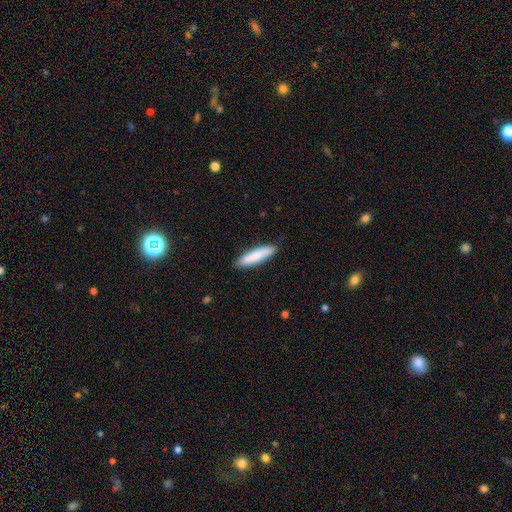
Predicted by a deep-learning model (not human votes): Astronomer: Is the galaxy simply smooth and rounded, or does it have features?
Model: smooth — 83%.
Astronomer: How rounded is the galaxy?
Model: cigar-shaped — 75%.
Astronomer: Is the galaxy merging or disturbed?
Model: none — 84%.